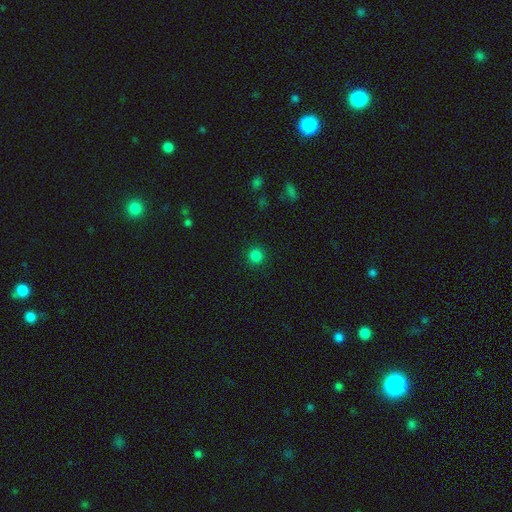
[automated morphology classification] A smooth galaxy with no disk features (83%) that is round (94%). Merging: none (92%).